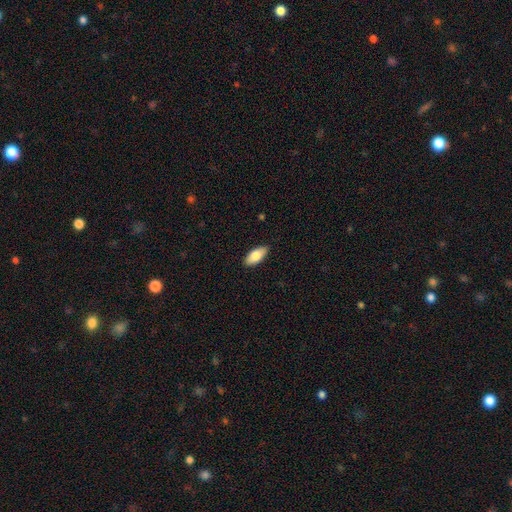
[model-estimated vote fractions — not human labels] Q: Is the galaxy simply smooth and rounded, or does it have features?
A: smooth — 81%.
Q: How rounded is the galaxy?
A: in between — 89%.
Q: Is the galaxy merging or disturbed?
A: none — 88%.